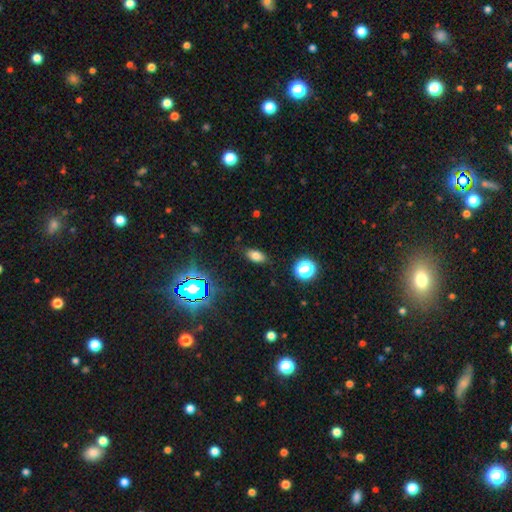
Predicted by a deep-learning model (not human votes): smooth 74%, star or artifact 17%, featured or disk 9%. Down the decision tree: how rounded — in between (88%); merging — none (85%).